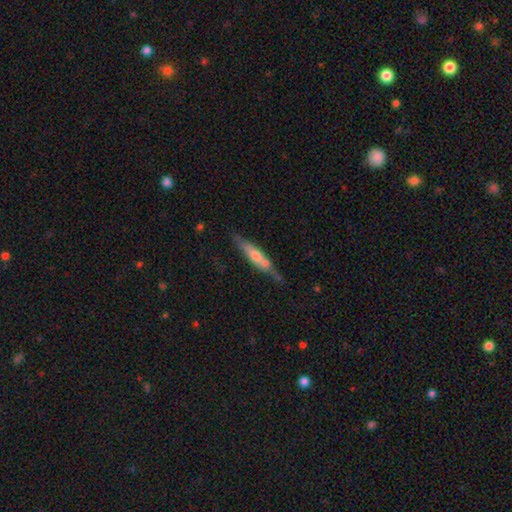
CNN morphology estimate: smooth 47% (tied), featured or disk 47% (tied), star or artifact 6%. Down the decision tree: merging — none (58%).